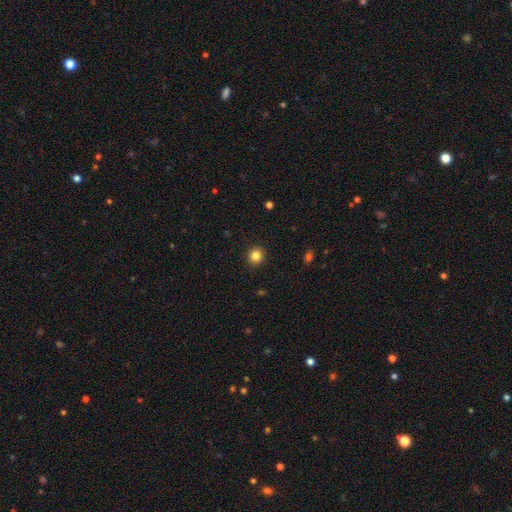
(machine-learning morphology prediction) A smooth galaxy with no disk features (84%) that is round (93%).

Vote fractions:
- Smooth or featured? smooth: 84% / star or artifact: 12% / featured or disk: 5%
- How rounded? round: 93% / in between: 6% / cigar-shaped: 1%
- Merging? none: 92% / minor disturbance: 5% / major disturbance: 2% / merger: 1%